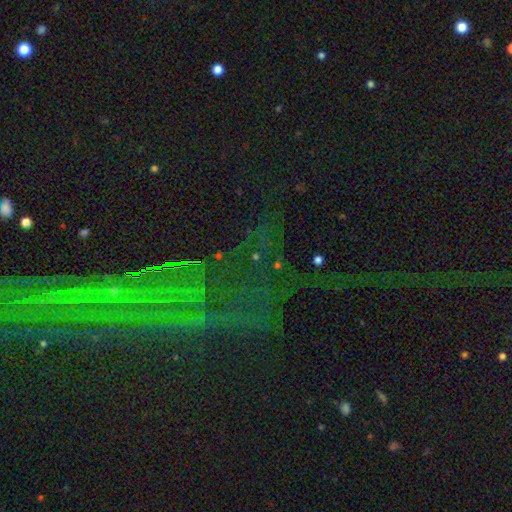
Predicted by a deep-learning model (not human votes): star or artifact 77%, featured or disk 12%, smooth 11%.